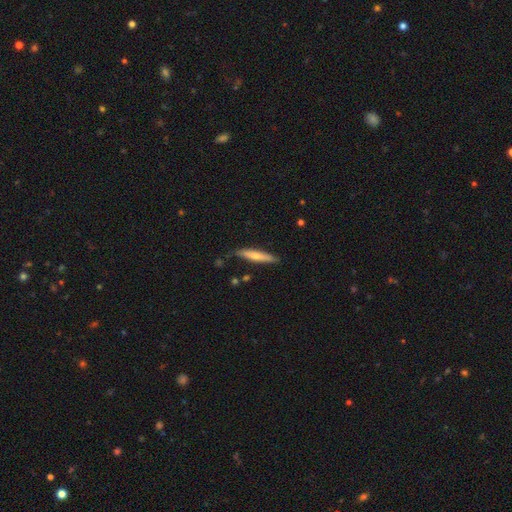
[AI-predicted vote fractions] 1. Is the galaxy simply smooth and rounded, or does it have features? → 61% smooth, 33% featured or disk, 6% star or artifact.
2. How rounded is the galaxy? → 89% cigar-shaped, 9% in between, 1% round.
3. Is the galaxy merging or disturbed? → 82% none, 14% minor disturbance, 2% major disturbance, 2% merger.